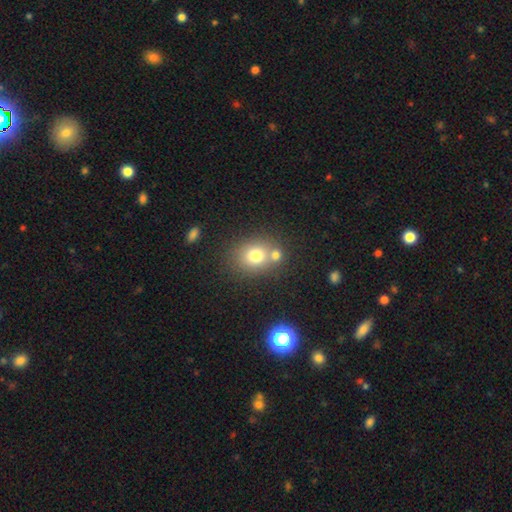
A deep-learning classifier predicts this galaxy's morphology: smooth-or-featured: smooth: 75% | star or artifact: 13% | featured or disk: 12%
  how-rounded: round: 63% | in between: 36% | cigar-shaped: 1%
  merging: none: 56% | merger: 31% | minor disturbance: 10% | major disturbance: 3%